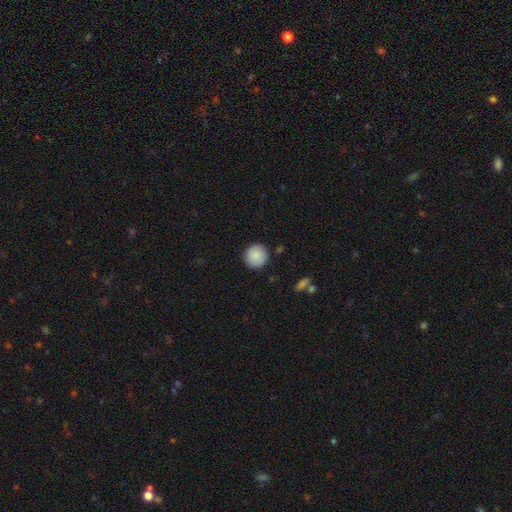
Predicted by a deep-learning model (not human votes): A smooth galaxy with no disk features (88%) that is round (95%).

Vote fractions:
- Smooth or featured? smooth: 88% / star or artifact: 7% / featured or disk: 5%
- How rounded? round: 95% / in between: 4% / cigar-shaped: 1%
- Merging? none: 91% / minor disturbance: 6% / major disturbance: 2% / merger: 1%